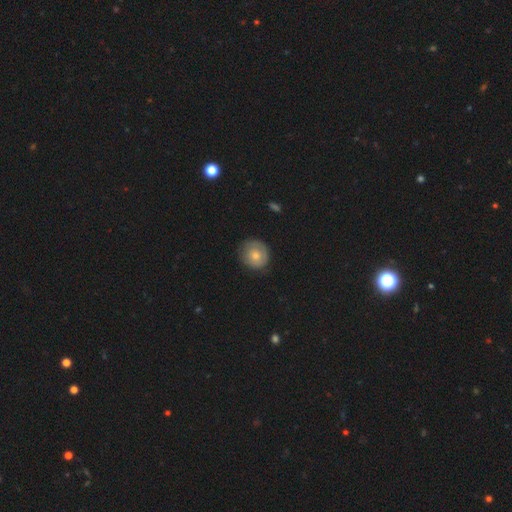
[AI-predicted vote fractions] Smooth or featured? smooth (61%)
How rounded? round (87%)
Merging? none (75%)